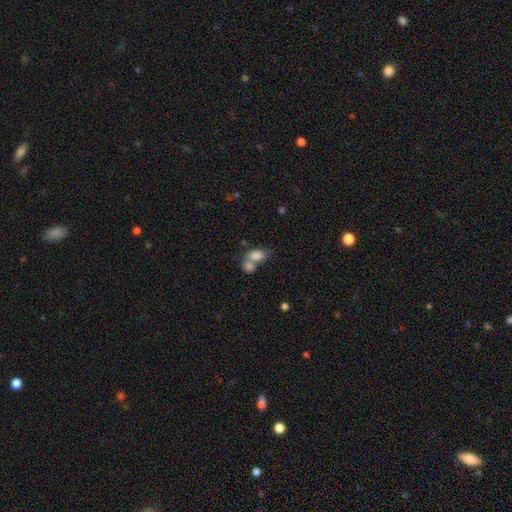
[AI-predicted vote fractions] Morphology: type=smooth (79%); roundness=in between (80%); merging=merger (62%).